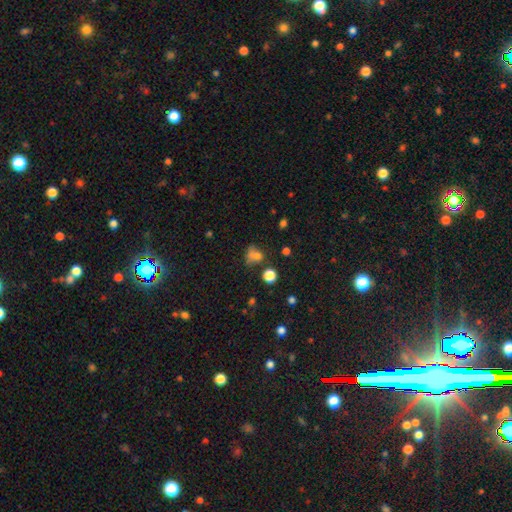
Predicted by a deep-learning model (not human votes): Overall: smooth (66%). How rounded: round (55%; in between 43%). Merging: none (41%; merger 24%).